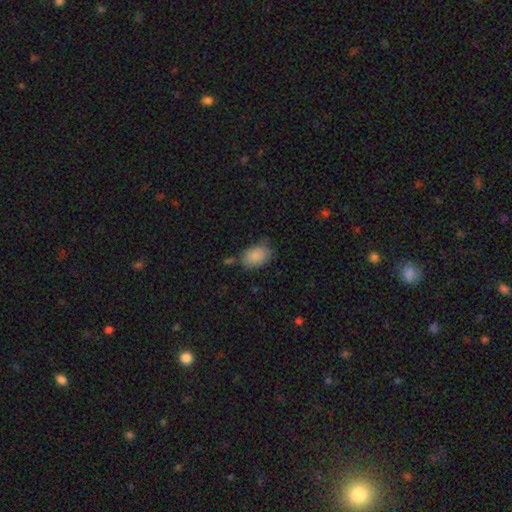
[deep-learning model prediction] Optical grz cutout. It shows a smooth galaxy with no disk features (87%) that is in between round and cigar-shaped (86%). Merging: none (69%).